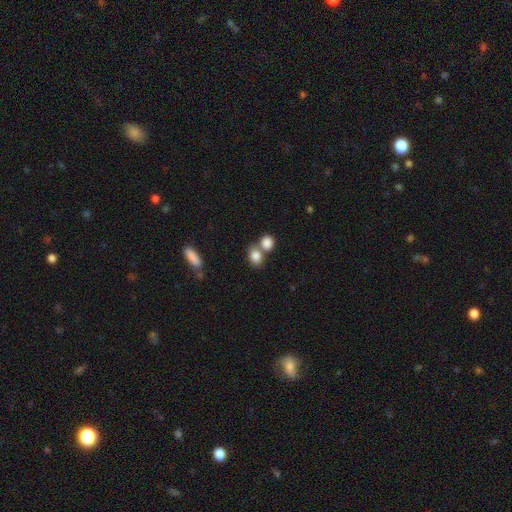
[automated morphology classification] The model was most divided on "merging": merger: 48%, none: 40%, minor disturbance: 9%, major disturbance: 4%. More confident: smooth or featured — smooth (84%); how rounded — in between (58%).